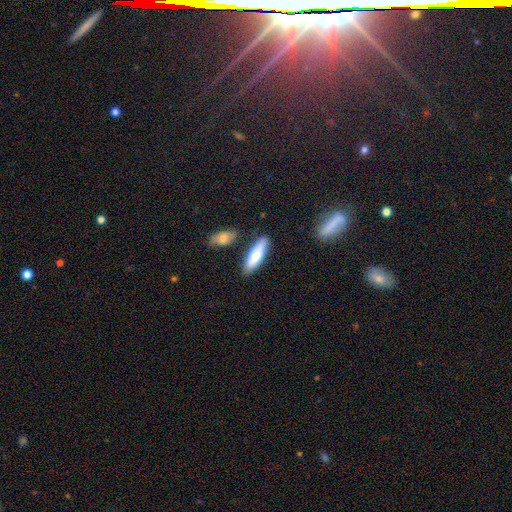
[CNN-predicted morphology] A smooth galaxy with no disk features (78%) that is cigar-shaped (56%). Merging: none (80%).